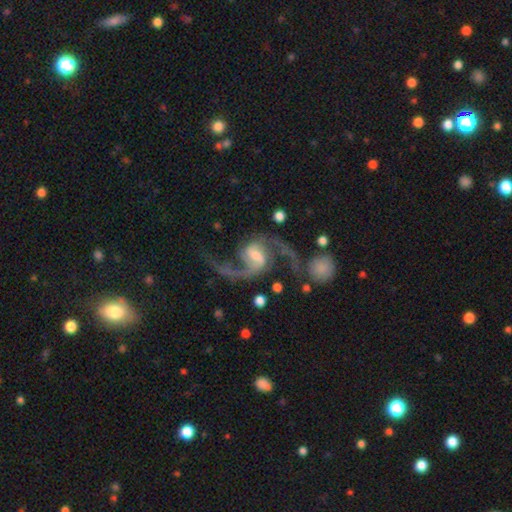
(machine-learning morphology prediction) smooth-or-featured: featured or disk: 92% | star or artifact: 5% | smooth: 4%
  disk-edge-on: no: 98% | yes: 2%
    bar: weak: 53% | no: 24% | strong: 23%
    has-spiral-arms: yes: 98% | no: 2%
      spiral-winding: loose: 59% | medium: 35% | tight: 6%
      spiral-arm-count: 2: 93% | 1: 2% | 3: 2% | can't tell: 1% | 4: 1% | more than 4: 1%
    bulge-size: moderate: 42% | small: 37% | large: 10% | none: 9% | dominant: 2%
  merging: none: 67% | major disturbance: 14% | minor disturbance: 14% | merger: 5%